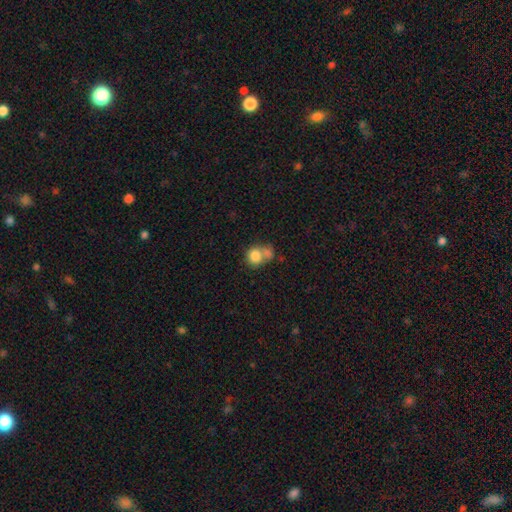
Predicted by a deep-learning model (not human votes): smooth 81%, featured or disk 9%, star or artifact 9%. Down the decision tree: how rounded — round (79%); merging — merger (48%).